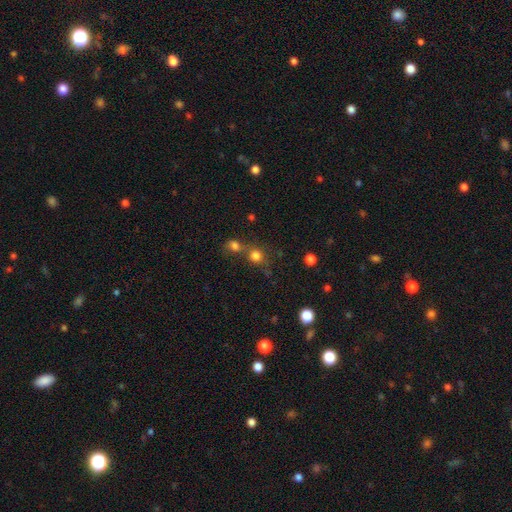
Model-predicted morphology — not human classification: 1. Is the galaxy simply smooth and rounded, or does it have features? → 77% smooth, 15% star or artifact, 8% featured or disk.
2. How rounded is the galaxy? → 84% round, 15% in between, 1% cigar-shaped.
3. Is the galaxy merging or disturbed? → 47% none, 41% merger, 8% minor disturbance, 4% major disturbance.